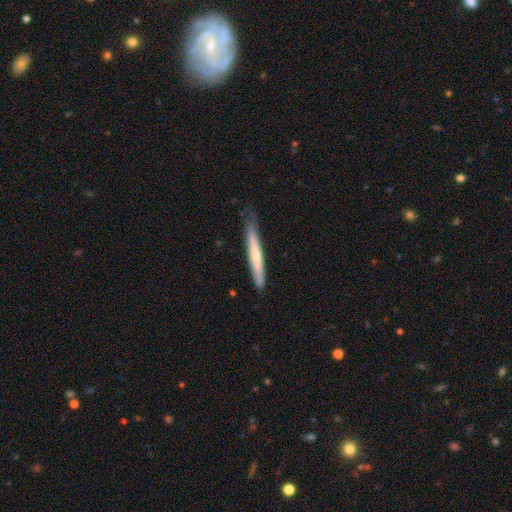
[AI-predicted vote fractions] smooth 60%, featured or disk 35%, star or artifact 5%. Down the decision tree: how rounded — cigar-shaped (96%); merging — none (72%).